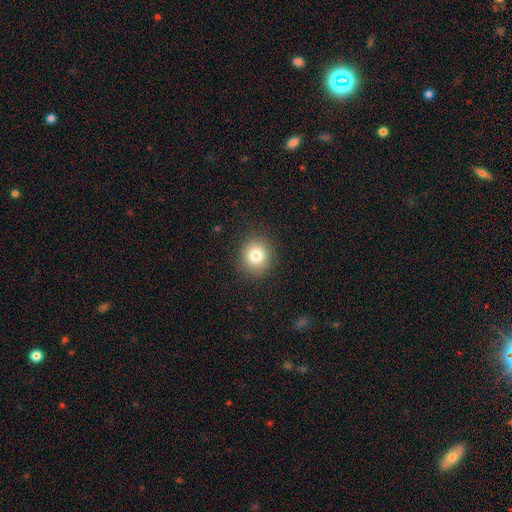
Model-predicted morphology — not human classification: Smooth or featured? smooth (80%)
How rounded? round (85%)
Merging? none (89%)